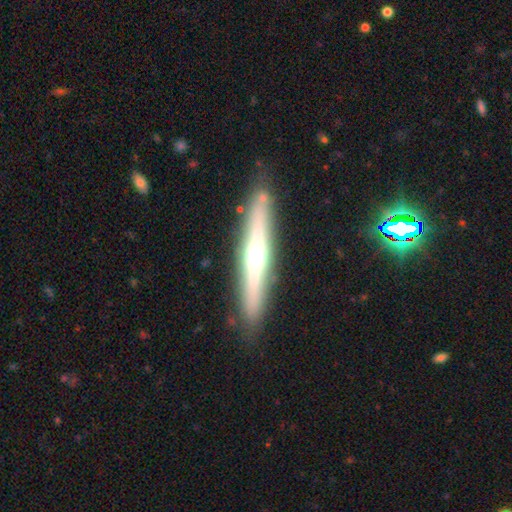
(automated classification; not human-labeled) Smooth or featured?
  - featured or disk: 67% *
  - smooth: 26%
  - star or artifact: 6%
Edge-on disk?
  - yes: 93% *
  - no: 7%
Edge-on bulge?
  - rounded: 82% *
  - none: 14%
  - boxy: 5%
Merging?
  - none: 86% *
  - minor disturbance: 10%
  - major disturbance: 2%
  - merger: 2%